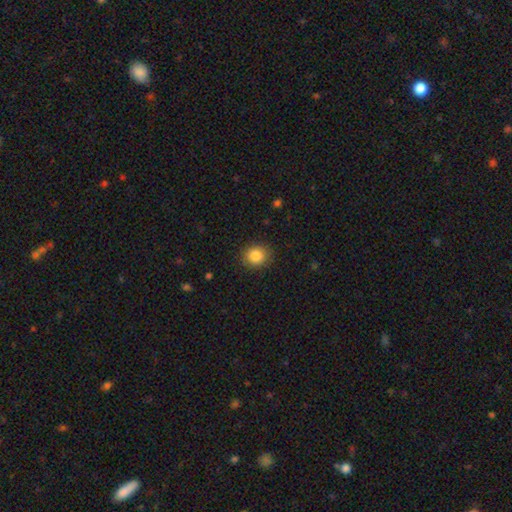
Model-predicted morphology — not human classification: type=smooth (86%); roundness=round (76%); merging=none (88%).